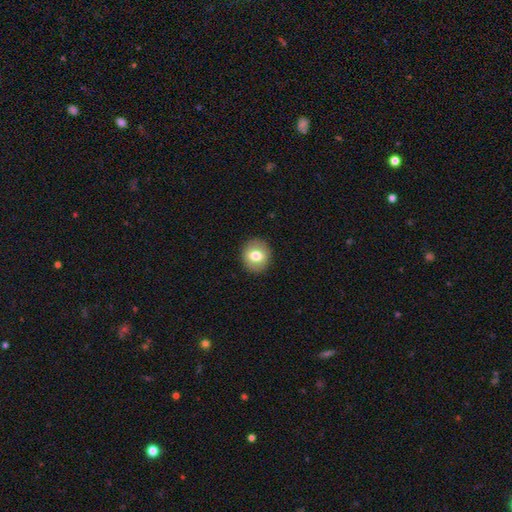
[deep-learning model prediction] smooth-or-featured: smooth: 69% | featured or disk: 23% | star or artifact: 8%
  how-rounded: round: 76% | in between: 23% | cigar-shaped: 1%
  merging: none: 89% | minor disturbance: 7% | major disturbance: 2% | merger: 1%